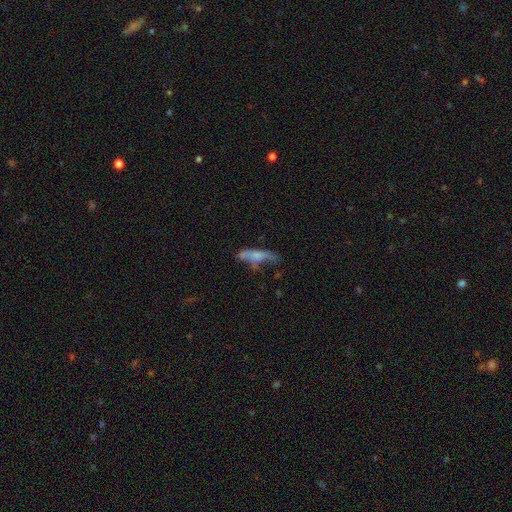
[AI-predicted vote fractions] Smooth or featured? smooth (54%)
How rounded? cigar-shaped (65%)
Merging? none (37%)